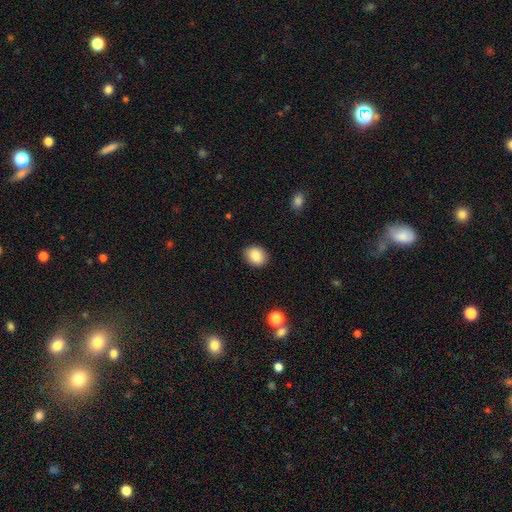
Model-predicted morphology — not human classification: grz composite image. It shows a smooth galaxy with no disk features (86%) that is in between round and cigar-shaped (52%). Merging: none (88%).